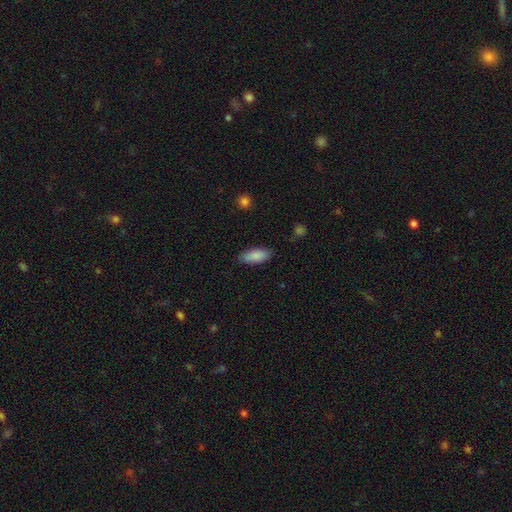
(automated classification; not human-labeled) Morphology: type=smooth (88%); roundness=in between (82%); merging=none (85%).